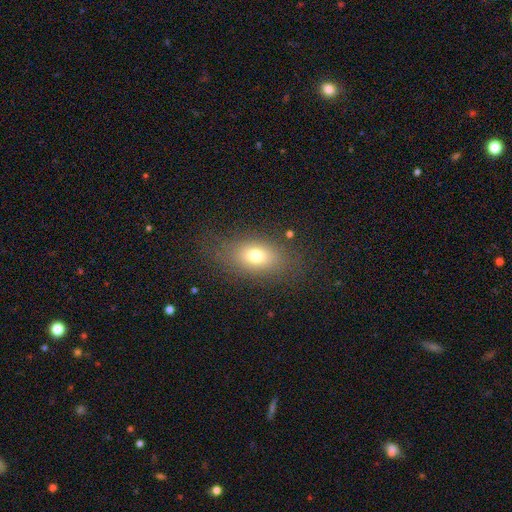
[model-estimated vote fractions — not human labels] Q: Smooth or featured?
A: smooth (72%); runner-up: featured or disk (16%)
Q: How rounded?
A: in between (78%); runner-up: round (18%)
Q: Merging?
A: none (77%); runner-up: minor disturbance (14%)